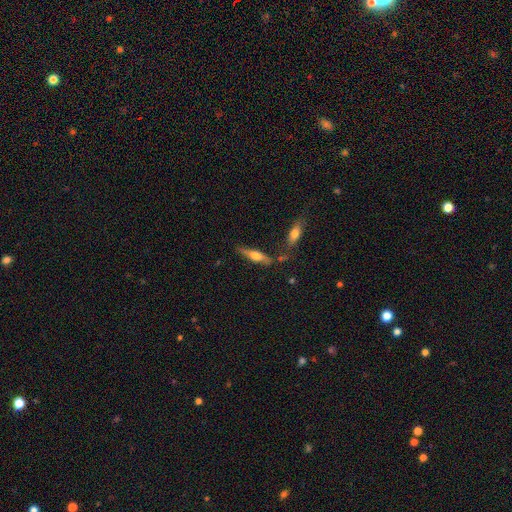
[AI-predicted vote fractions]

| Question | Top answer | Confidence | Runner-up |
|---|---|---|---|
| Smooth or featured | featured or disk | 50% | smooth (43%) |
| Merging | none | 71% | minor disturbance (16%) |